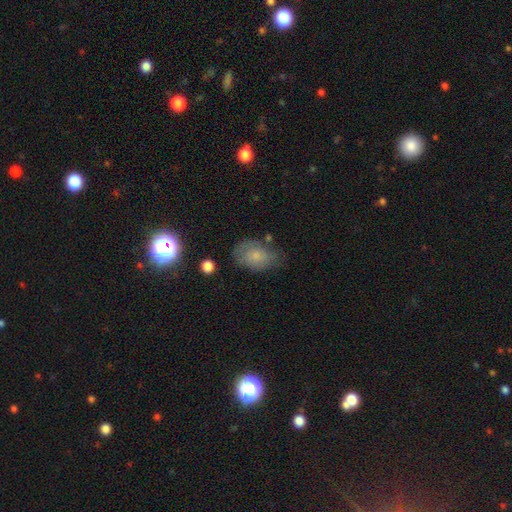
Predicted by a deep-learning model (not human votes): A smooth galaxy with no disk features (61%) that is in between round and cigar-shaped (80%). Merging: none (56%).